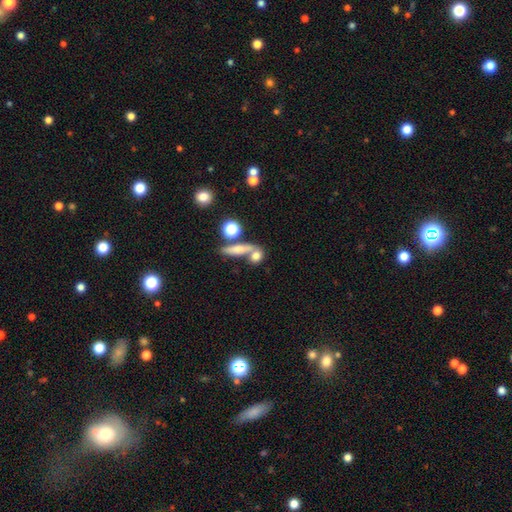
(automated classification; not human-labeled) Smooth or featured? Predicted: smooth (p=0.70). How rounded? Predicted: round (p=0.43). Merging? Predicted: none (p=0.46).